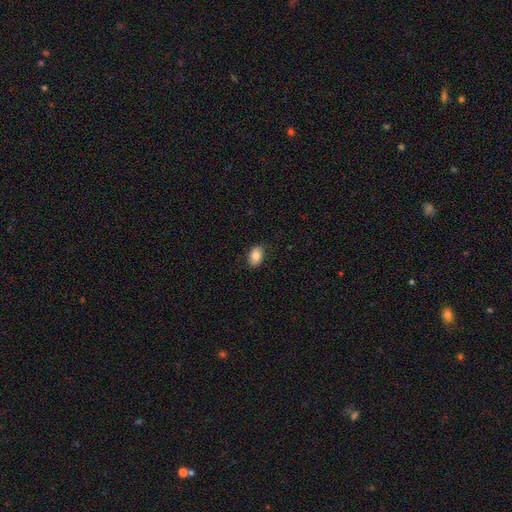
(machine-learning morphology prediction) A smooth galaxy with no disk features (81%) that is in between round and cigar-shaped (86%).

Vote fractions:
- Smooth or featured? smooth: 81% / featured or disk: 12% / star or artifact: 8%
- How rounded? in between: 86% / round: 13% / cigar-shaped: 1%
- Merging? none: 86% / minor disturbance: 10% / major disturbance: 2% / merger: 1%